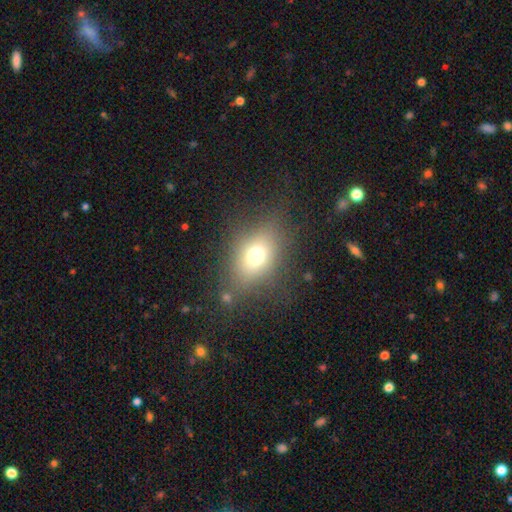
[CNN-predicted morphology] Smooth or featured? smooth (70%)
How rounded? in between (69%)
Merging? none (73%)